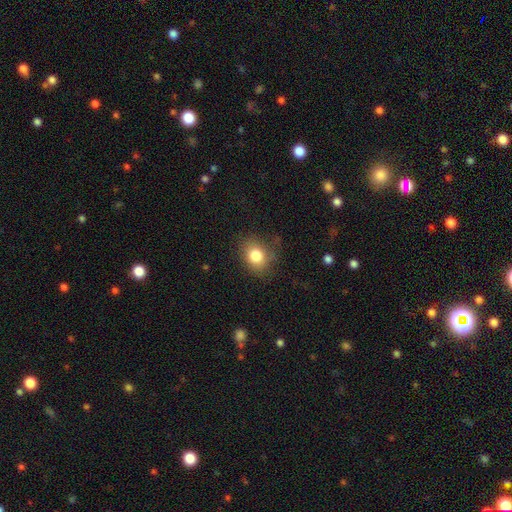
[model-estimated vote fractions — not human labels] This is clearly a smooth galaxy (82%). How rounded: possibly round (52%). Merging: likely none (77%).